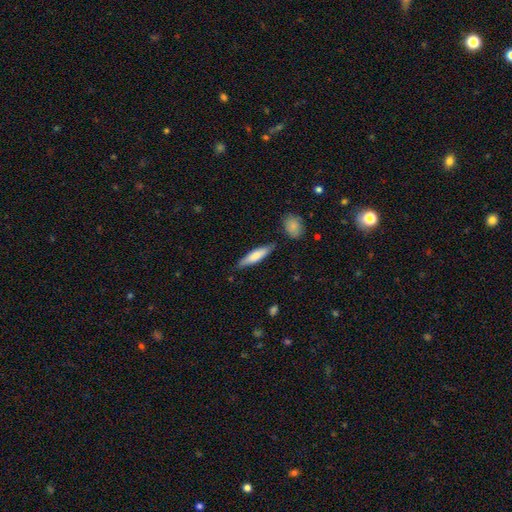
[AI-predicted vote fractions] This appears to be a smooth galaxy with no disk features (74%) that is cigar-shaped (75%). Merging: none (80%).